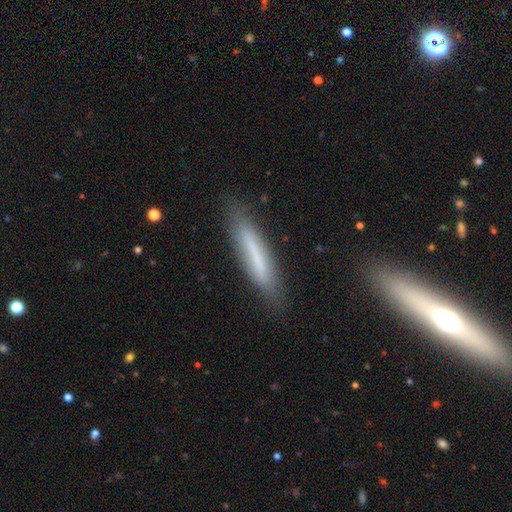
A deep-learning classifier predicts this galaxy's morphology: A smooth galaxy with no disk features (60%) that is cigar-shaped (88%). Merging: none (79%).